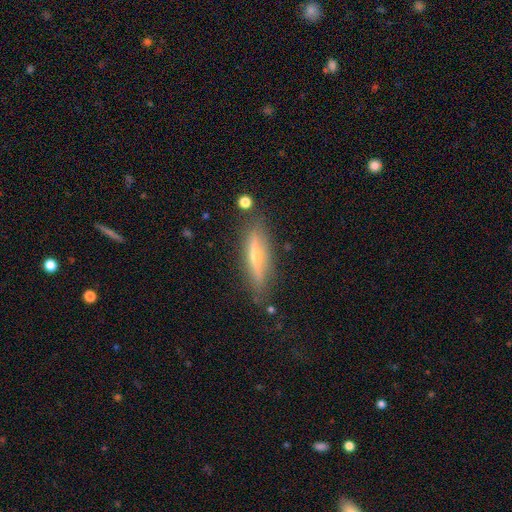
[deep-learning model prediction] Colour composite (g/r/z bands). It shows a featured or disk galaxy (63%) viewed edge-on (92%) with a rounded central bulge (83%). Merging: none (81%).